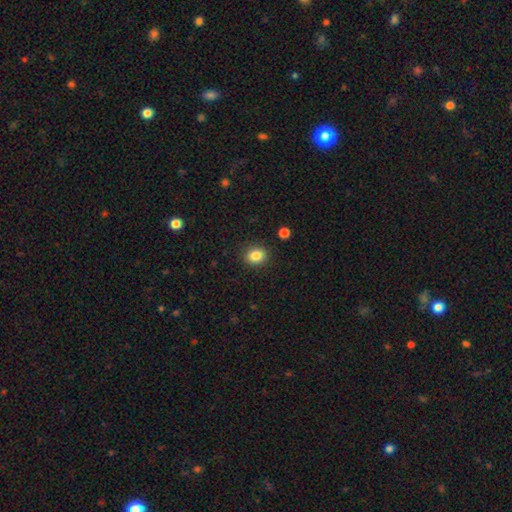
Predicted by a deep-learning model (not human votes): smooth_or_featured: smooth (p=0.85) [alt: star or artifact p=0.10]
how_rounded: round (p=0.57) [alt: in between p=0.42]
merging: none (p=0.88) [alt: minor disturbance p=0.08]